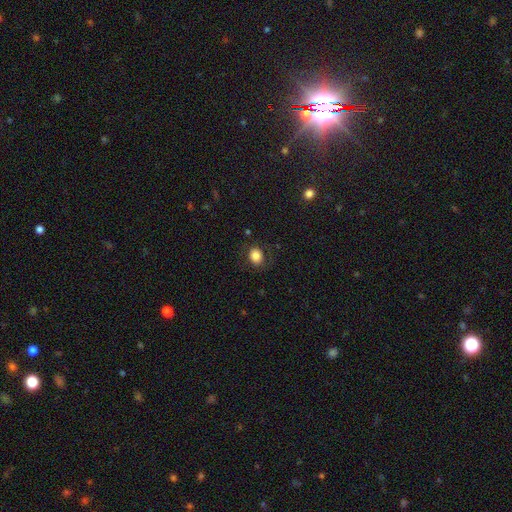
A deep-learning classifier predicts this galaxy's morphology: type=smooth (82%); roundness=round (50%); merging=none (81%).